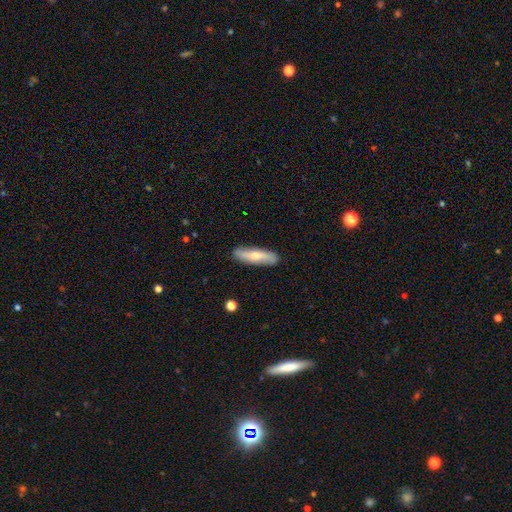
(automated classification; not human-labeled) The model was most divided on "smooth or featured": smooth: 56%, featured or disk: 38%, star or artifact: 5%. More confident: merging — none (87%); how rounded — cigar-shaped (70%).